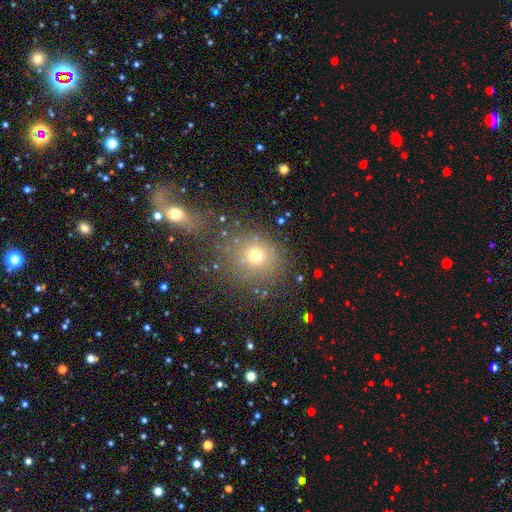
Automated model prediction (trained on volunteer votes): Overall: smooth (69%). How rounded: round (81%). Merging: none (68%).